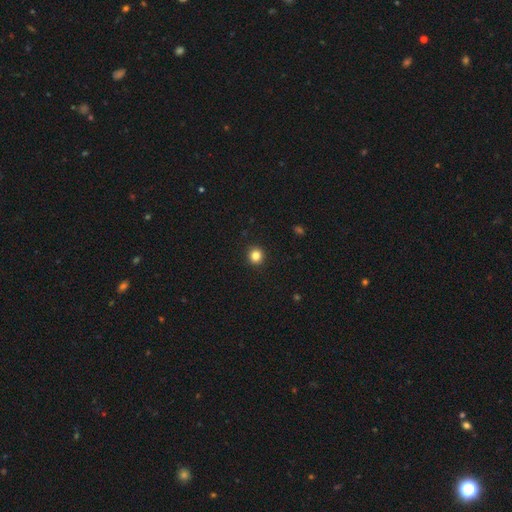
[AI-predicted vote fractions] smooth-or-featured: smooth: 84% | star or artifact: 11% | featured or disk: 5%
  how-rounded: round: 92% | in between: 7% | cigar-shaped: 1%
  merging: none: 93% | minor disturbance: 5% | major disturbance: 2% | merger: 1%